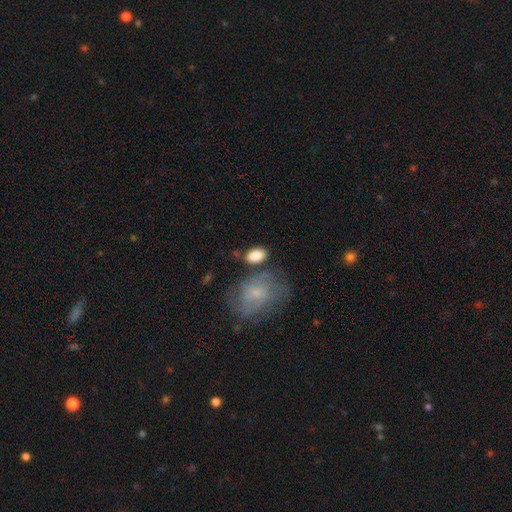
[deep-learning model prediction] Smooth or featured? smooth (85%)
How rounded? in between (89%)
Merging? none (64%)